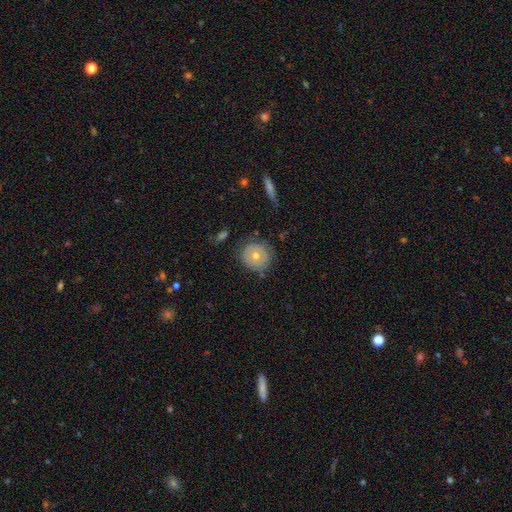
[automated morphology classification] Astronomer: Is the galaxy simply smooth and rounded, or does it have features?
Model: smooth — 49% (runner-up: featured or disk, 42%).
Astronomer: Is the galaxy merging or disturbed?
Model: none — 80%.